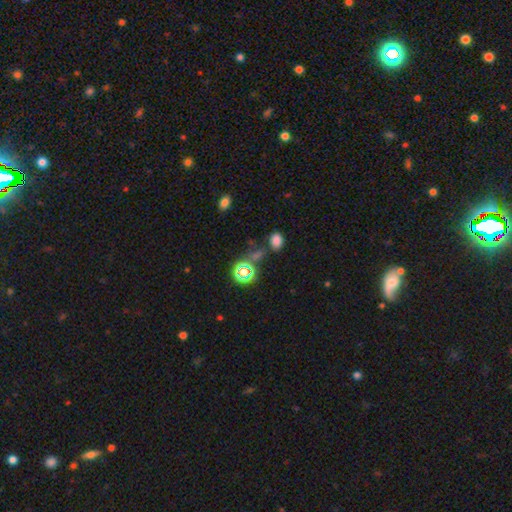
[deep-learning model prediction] A star or artifact, not a galaxy (55%).